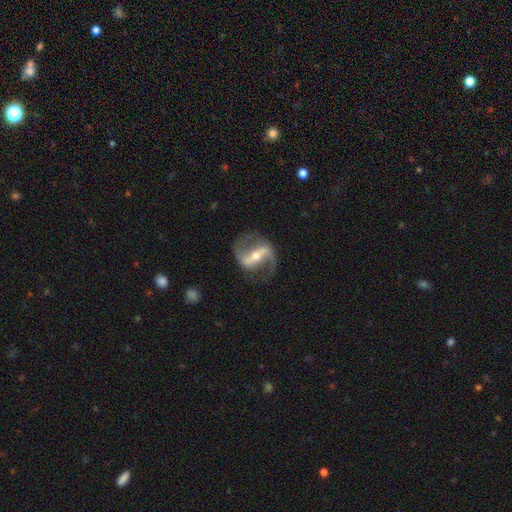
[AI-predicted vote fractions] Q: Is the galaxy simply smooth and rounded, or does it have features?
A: featured or disk — 90%.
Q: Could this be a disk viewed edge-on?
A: no — 95%.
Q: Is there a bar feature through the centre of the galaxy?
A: strong — 66%.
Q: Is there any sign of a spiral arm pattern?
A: yes — 94%.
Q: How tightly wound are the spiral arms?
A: loose — 47%.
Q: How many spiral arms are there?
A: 2 — 92%.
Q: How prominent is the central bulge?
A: moderate — 53%.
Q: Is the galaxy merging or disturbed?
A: none — 78%.